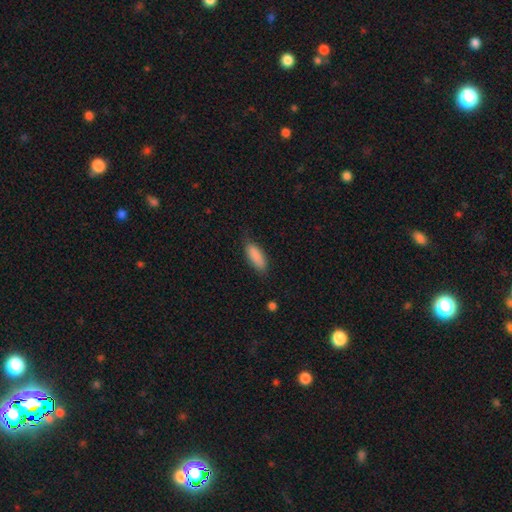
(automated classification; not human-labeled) smooth-or-featured: smooth: 88% | star or artifact: 6% | featured or disk: 6%
  how-rounded: in between: 69% | cigar-shaped: 29% | round: 2%
  merging: none: 77% | minor disturbance: 18% | major disturbance: 4% | merger: 1%